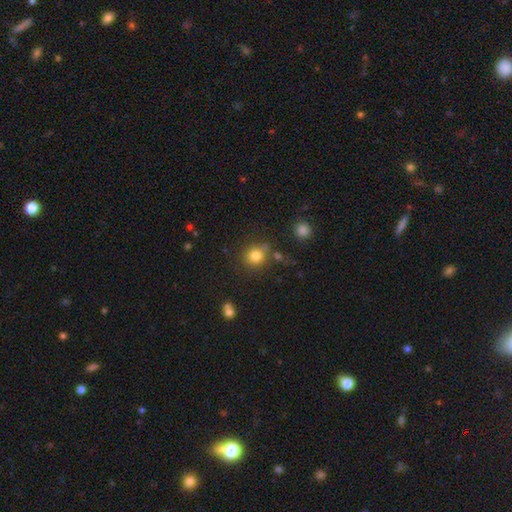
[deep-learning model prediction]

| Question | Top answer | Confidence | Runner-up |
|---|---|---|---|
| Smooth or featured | smooth | 80% | star or artifact (13%) |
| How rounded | round | 88% | in between (11%) |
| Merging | none | 75% | minor disturbance (11%) |